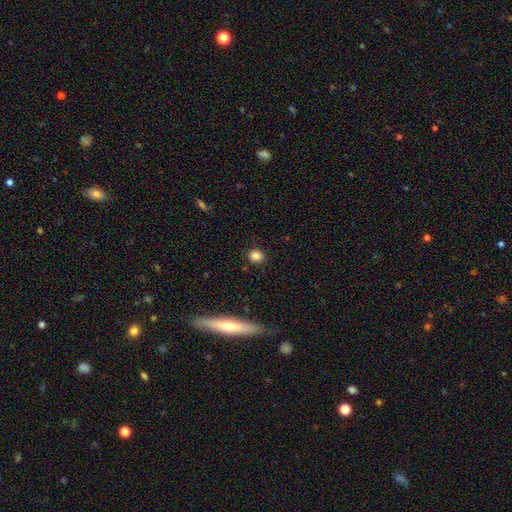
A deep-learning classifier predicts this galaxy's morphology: This appears to be a smooth galaxy with no disk features (84%) that is round (85%). Merging: none (90%).